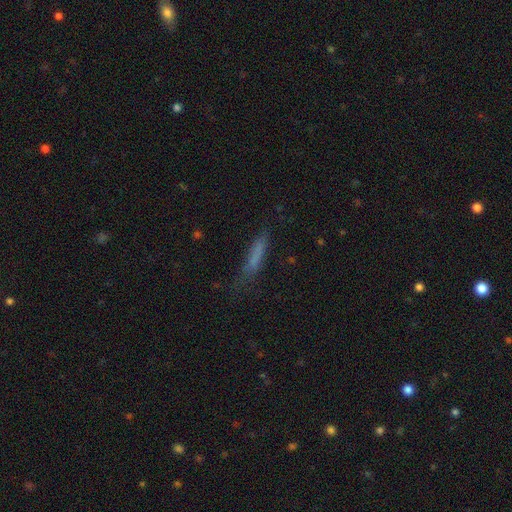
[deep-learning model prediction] This appears to be a smooth galaxy with no disk features (68%) that is cigar-shaped (86%). Merging: none (62%).